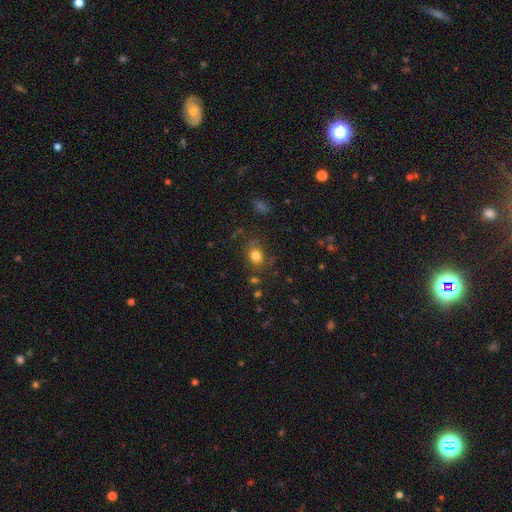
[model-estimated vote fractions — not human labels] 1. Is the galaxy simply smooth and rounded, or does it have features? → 79% smooth, 14% star or artifact, 8% featured or disk.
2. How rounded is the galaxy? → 58% round, 40% in between, 1% cigar-shaped.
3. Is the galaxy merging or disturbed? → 75% none, 16% minor disturbance, 6% major disturbance, 4% merger.